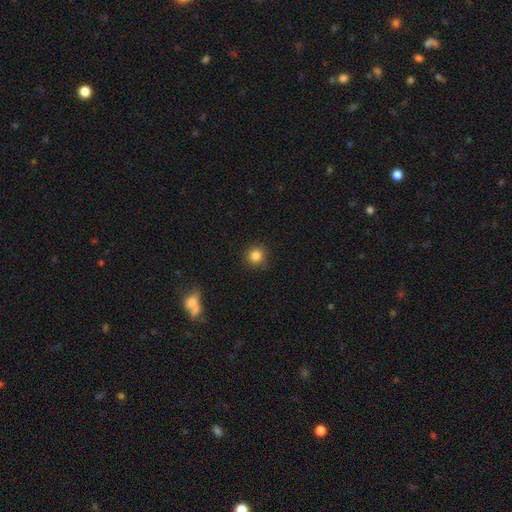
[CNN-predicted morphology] The model was most divided on "smooth or featured": smooth: 84%, star or artifact: 11%, featured or disk: 5%. More confident: how rounded — round (93%); merging — none (86%).